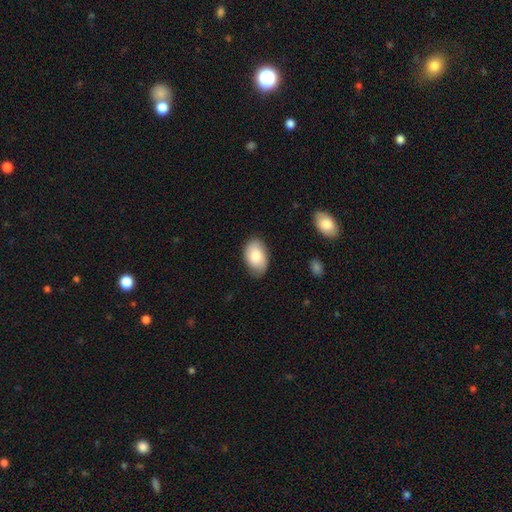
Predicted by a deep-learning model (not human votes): This appears to be a smooth galaxy with no disk features (82%) that is in between round and cigar-shaped (92%). Merging: none (79%).